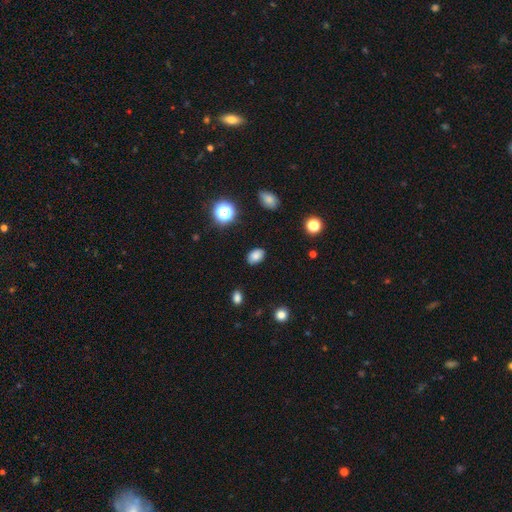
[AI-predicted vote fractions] Smooth or featured? Predicted: smooth (p=0.82). How rounded? Predicted: in between (p=0.84). Merging? Predicted: none (p=0.87).